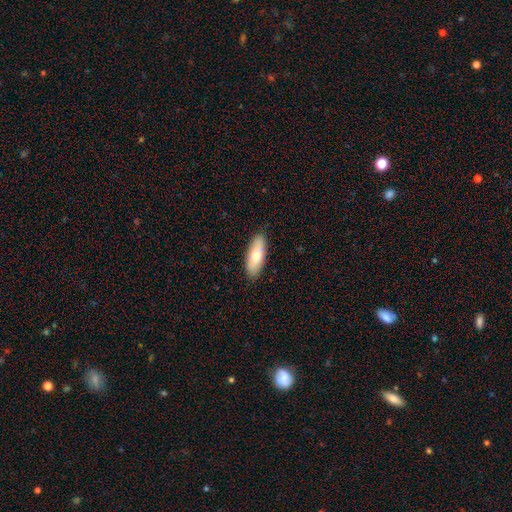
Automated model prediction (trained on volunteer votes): The model was most divided on "how rounded": in between: 73%, cigar-shaped: 25%, round: 2%. More confident: merging — none (88%); smooth or featured — smooth (72%).